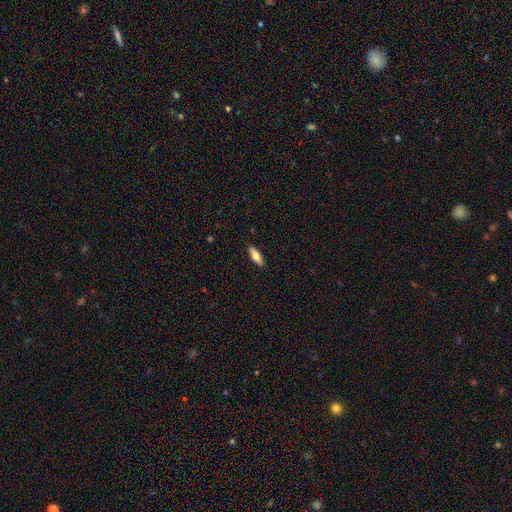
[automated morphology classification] A smooth galaxy with no disk features (71%) that is in between round and cigar-shaped (59%).

Vote fractions:
- Smooth or featured? smooth: 71% / featured or disk: 23% / star or artifact: 6%
- How rounded? in between: 59% / cigar-shaped: 39% / round: 2%
- Merging? none: 90% / minor disturbance: 7% / major disturbance: 2% / merger: 1%